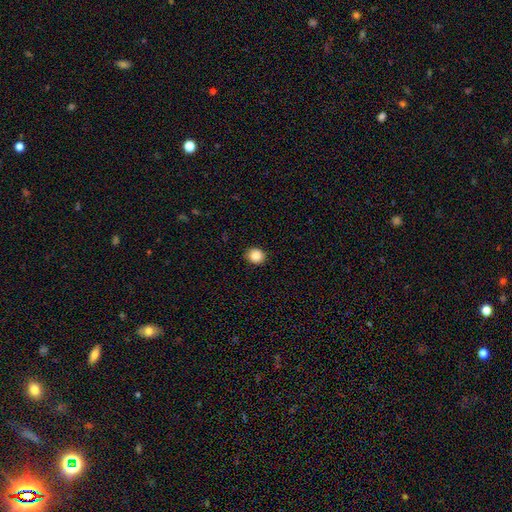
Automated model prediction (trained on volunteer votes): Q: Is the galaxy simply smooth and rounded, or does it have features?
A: smooth — 88%.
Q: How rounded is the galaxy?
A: round — 79%.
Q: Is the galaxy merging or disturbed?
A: none — 90%.